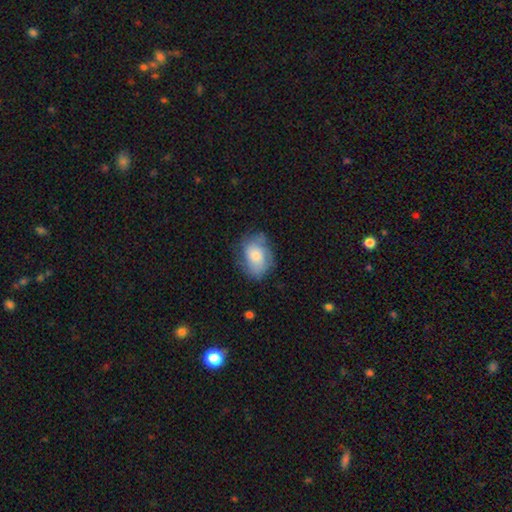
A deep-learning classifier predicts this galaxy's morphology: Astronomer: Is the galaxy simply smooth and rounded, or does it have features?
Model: smooth — 63%.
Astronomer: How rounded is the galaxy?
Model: in between — 73%.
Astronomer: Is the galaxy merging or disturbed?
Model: none — 60%.